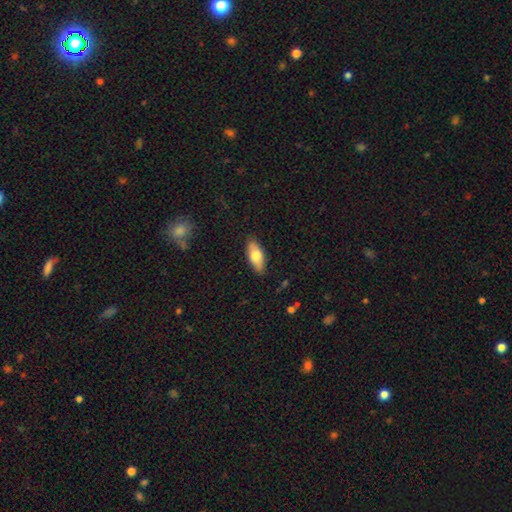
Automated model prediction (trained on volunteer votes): Morphology: type=smooth (73%); roundness=in between (80%); merging=none (87%).